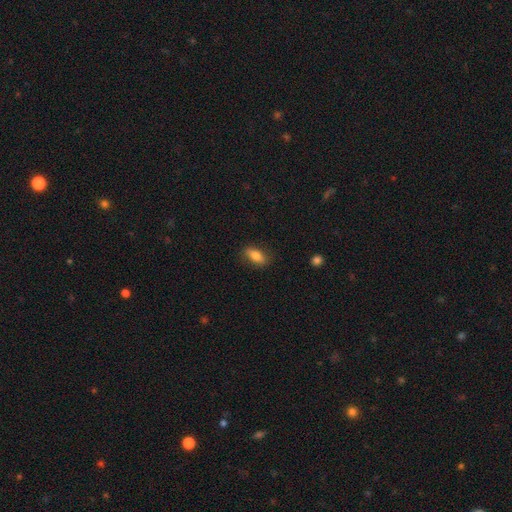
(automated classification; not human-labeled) A smooth galaxy with no disk features (78%) that is in between round and cigar-shaped (82%). Merging: none (82%).